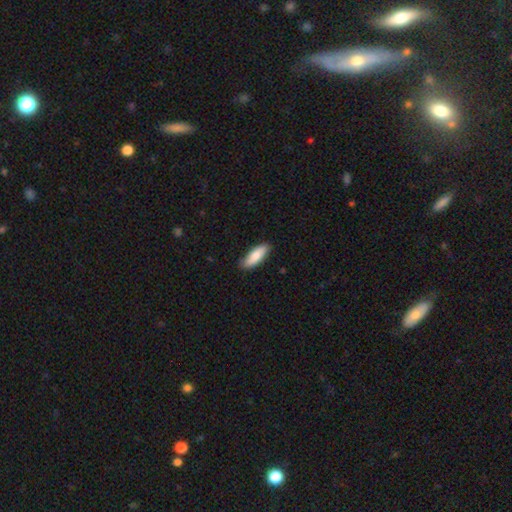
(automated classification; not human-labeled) smooth-or-featured: smooth: 83% | featured or disk: 12% | star or artifact: 5%
  how-rounded: in between: 61% | cigar-shaped: 38% | round: 2%
  merging: none: 85% | minor disturbance: 12% | major disturbance: 2% | merger: 1%